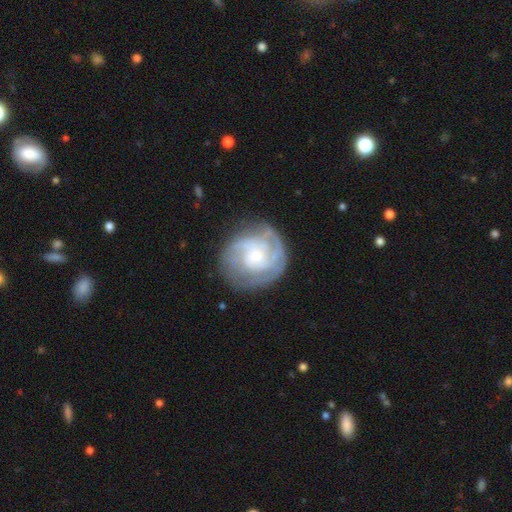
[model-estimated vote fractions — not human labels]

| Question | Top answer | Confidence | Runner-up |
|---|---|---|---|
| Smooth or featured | featured or disk | 78% | smooth (16%) |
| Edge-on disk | no | 98% | yes (2%) |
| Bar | no | 73% | weak (22%) |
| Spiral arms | yes | 89% | no (11%) |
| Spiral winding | tight | 58% | medium (32%) |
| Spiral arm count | can't tell | 33% | 2 (27%) |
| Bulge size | small | 65% | moderate (30%) |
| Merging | none | 73% | minor disturbance (17%) |